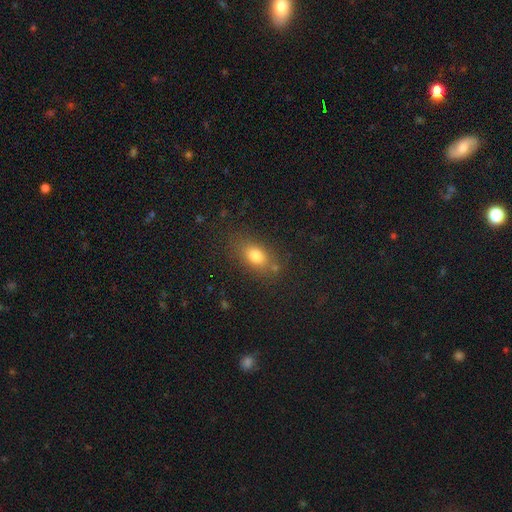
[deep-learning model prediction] Smooth or featured? Predicted: smooth (p=0.78). How rounded? Predicted: in between (p=0.81). Merging? Predicted: none (p=0.77).